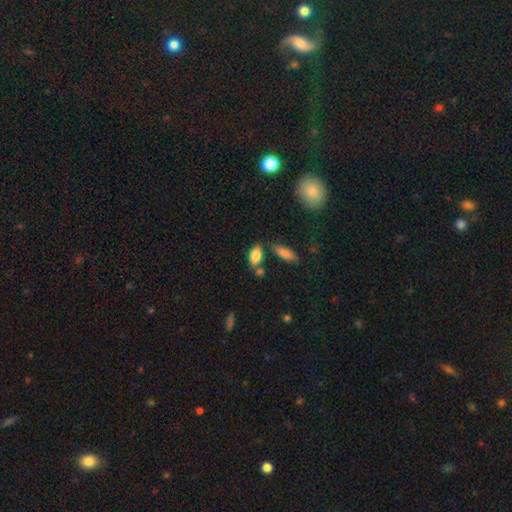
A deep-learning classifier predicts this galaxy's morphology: This is clearly a smooth galaxy (83%). How rounded: clearly in between (88%). Merging: likely none (63%).